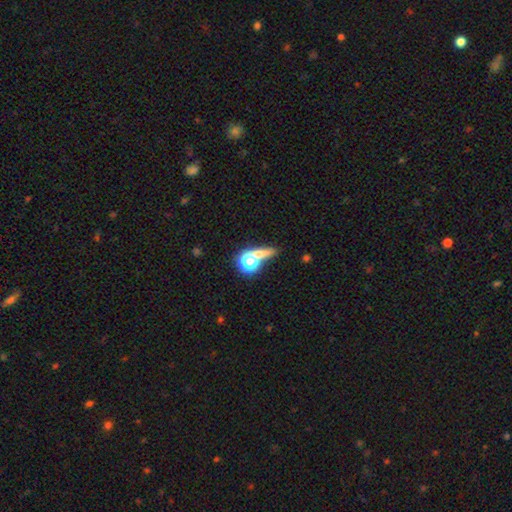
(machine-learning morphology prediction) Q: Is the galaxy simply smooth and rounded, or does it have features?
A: smooth — 53%.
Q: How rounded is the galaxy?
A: round — 49%.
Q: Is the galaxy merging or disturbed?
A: none — 59%.